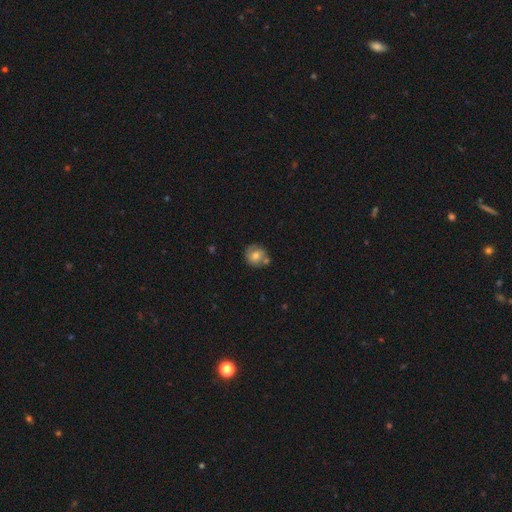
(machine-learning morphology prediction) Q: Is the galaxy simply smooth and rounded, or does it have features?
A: smooth — 67%.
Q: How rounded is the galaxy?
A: round — 86%.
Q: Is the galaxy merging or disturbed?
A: none — 62%.